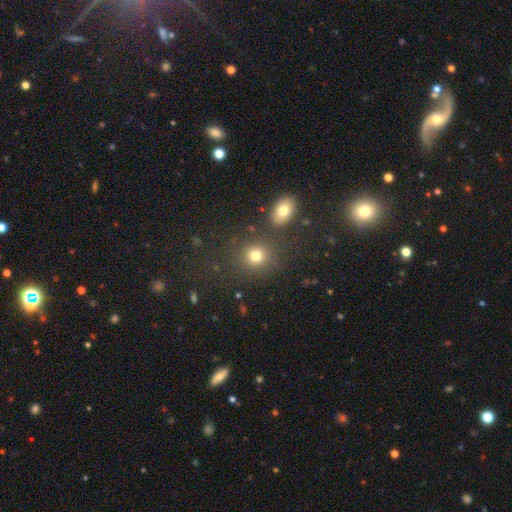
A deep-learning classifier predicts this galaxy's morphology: smooth 78%, star or artifact 15%, featured or disk 7%. Down the decision tree: how rounded — round (80%); merging — none (77%).